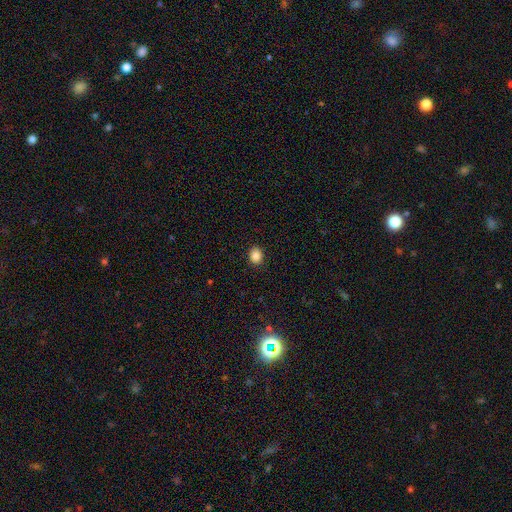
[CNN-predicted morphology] smooth-or-featured: smooth: 84% | star or artifact: 10% | featured or disk: 5%
  how-rounded: round: 55% | in between: 44% | cigar-shaped: 1%
  merging: none: 90% | minor disturbance: 7% | major disturbance: 2% | merger: 1%